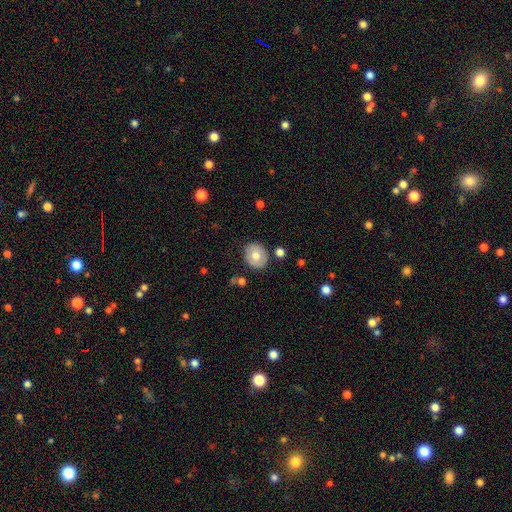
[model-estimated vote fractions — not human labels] A smooth galaxy with no disk features (71%) that is round (71%). Merging: none (84%).